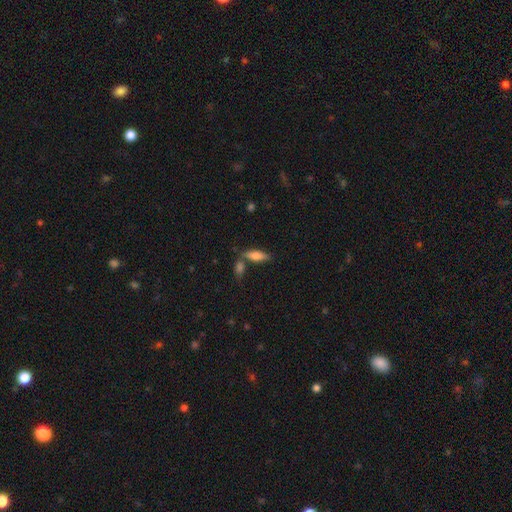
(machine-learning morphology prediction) Smooth or featured? smooth (70%)
How rounded? in between (51%)
Merging? none (64%)